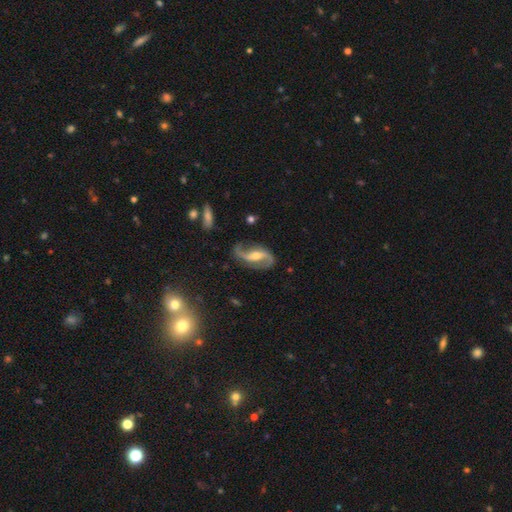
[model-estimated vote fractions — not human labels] Smooth or featured: featured or disk — 90% (smooth — 5%)
Edge-on disk: no — 96% (yes — 4%)
Bar: weak — 39% (strong — 34%)
Spiral arms: yes — 97% (no — 3%)
Spiral winding: loose — 69% (medium — 25%)
Spiral arm count: 2 — 93% (1 — 3%)
Bulge size: moderate — 57% (small — 35%)
Merging: none — 76% (minor disturbance — 14%)